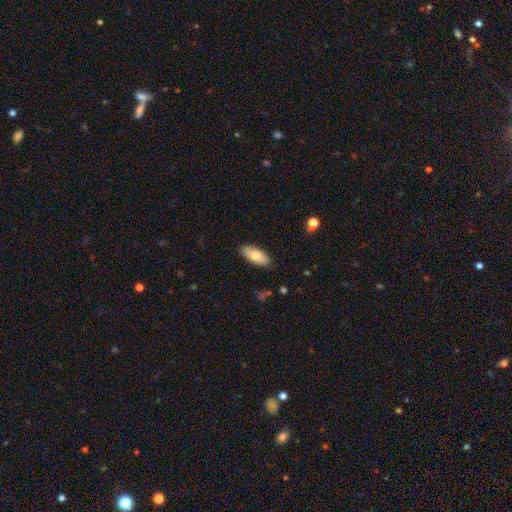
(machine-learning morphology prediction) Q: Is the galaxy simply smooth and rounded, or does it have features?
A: smooth — 78%.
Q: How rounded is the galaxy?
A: in between — 88%.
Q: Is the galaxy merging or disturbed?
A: none — 87%.